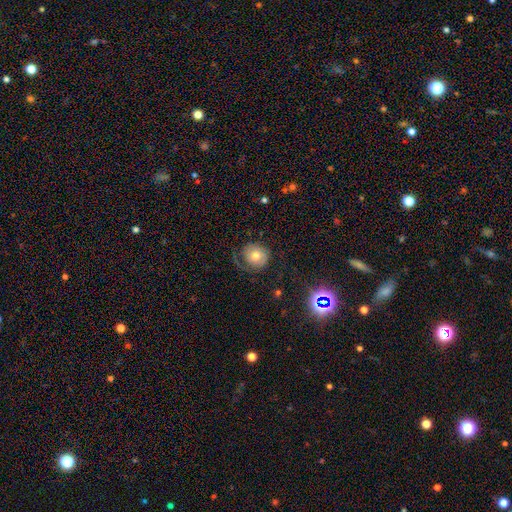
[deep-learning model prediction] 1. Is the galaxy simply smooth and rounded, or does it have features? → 48% smooth, 42% featured or disk, 10% star or artifact.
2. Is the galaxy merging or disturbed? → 53% none, 24% major disturbance, 21% minor disturbance, 2% merger.